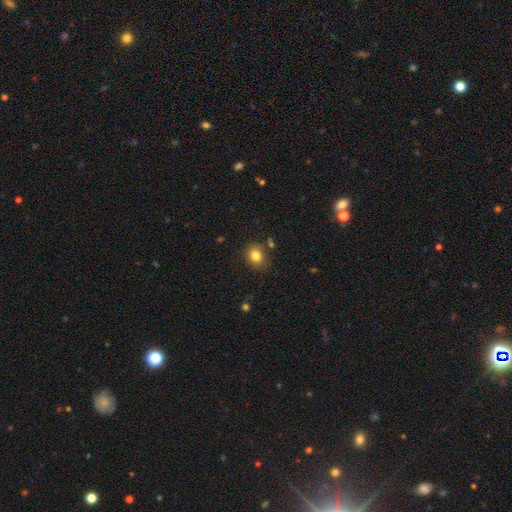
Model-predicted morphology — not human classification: Smooth or featured: smooth — 82% (star or artifact — 10%)
How rounded: in between — 50% (tied with round — 50%)
Merging: none — 81% (minor disturbance — 13%)